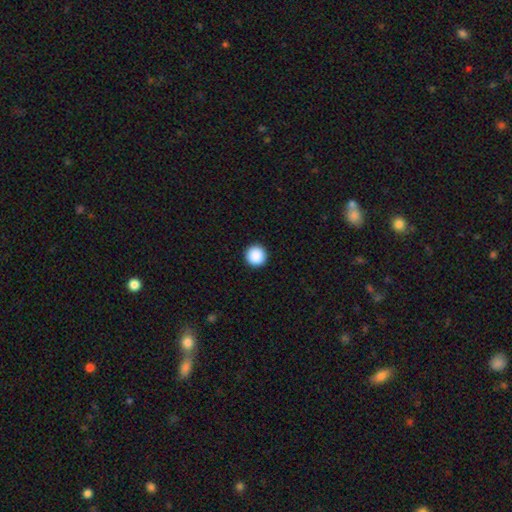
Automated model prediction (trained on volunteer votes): Morphology: type=smooth (89%); roundness=round (97%); merging=none (94%).